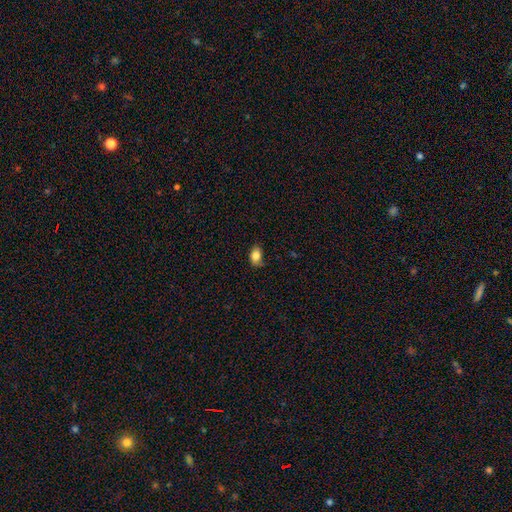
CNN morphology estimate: This appears to be a smooth galaxy with no disk features (83%) that is in between round and cigar-shaped (84%). Merging: none (70%).